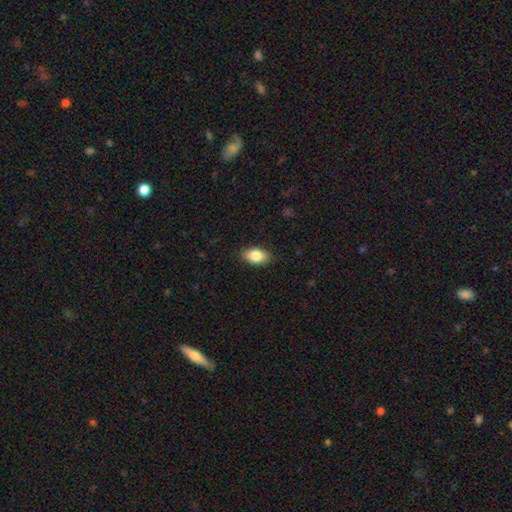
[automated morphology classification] type=smooth (84%); roundness=in between (91%); merging=none (87%).